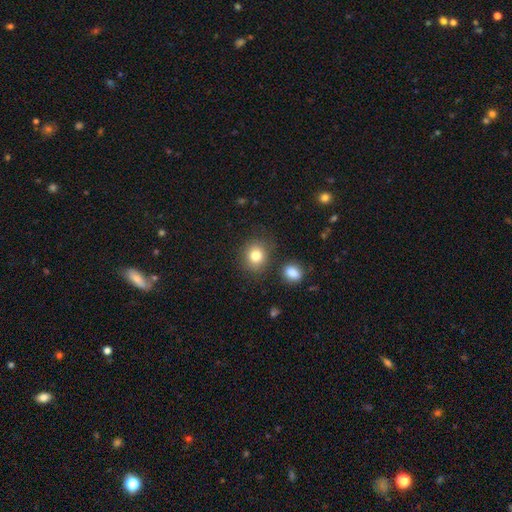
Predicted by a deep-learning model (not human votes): This appears to be a smooth galaxy with no disk features (81%) that is round (77%). Merging: none (80%).